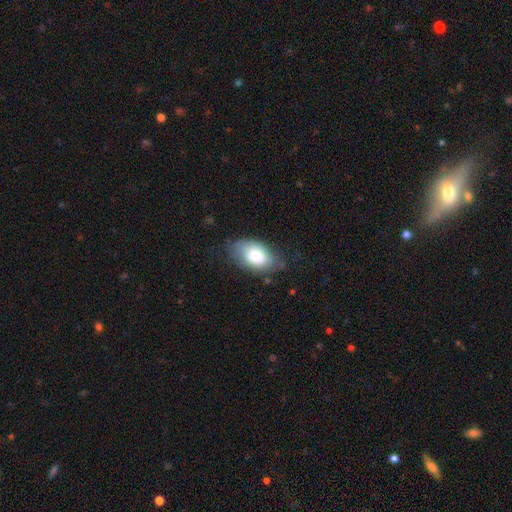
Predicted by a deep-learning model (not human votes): This appears to be a smooth galaxy with no disk features (78%) that is in between round and cigar-shaped (91%). Merging: none (61%).